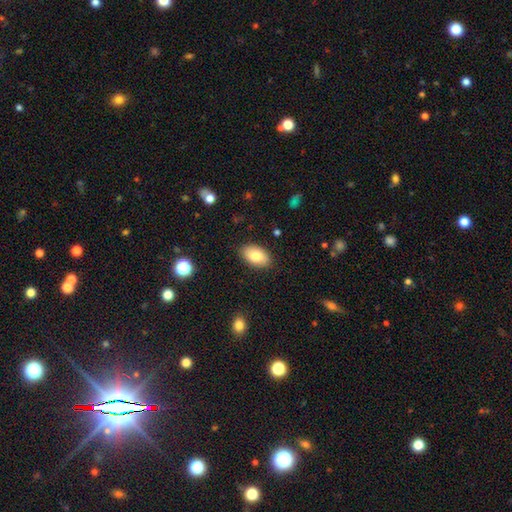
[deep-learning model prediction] This is clearly a smooth galaxy (81%). How rounded: clearly in between (94%). Merging: clearly none (87%).